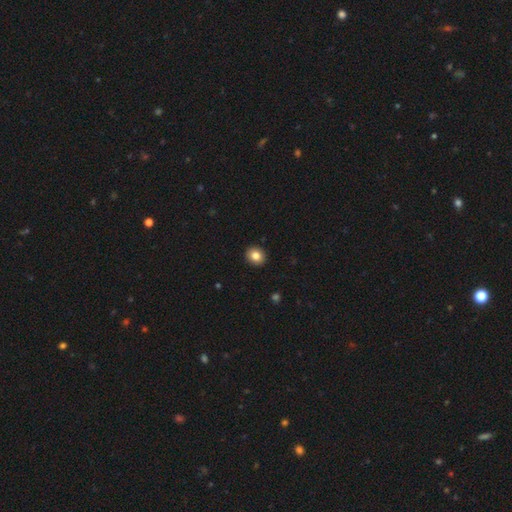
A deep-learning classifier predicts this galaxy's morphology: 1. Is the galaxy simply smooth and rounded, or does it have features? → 83% smooth, 10% star or artifact, 8% featured or disk.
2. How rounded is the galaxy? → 78% round, 22% in between, 1% cigar-shaped.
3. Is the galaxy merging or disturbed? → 93% none, 5% minor disturbance, 1% major disturbance, 1% merger.